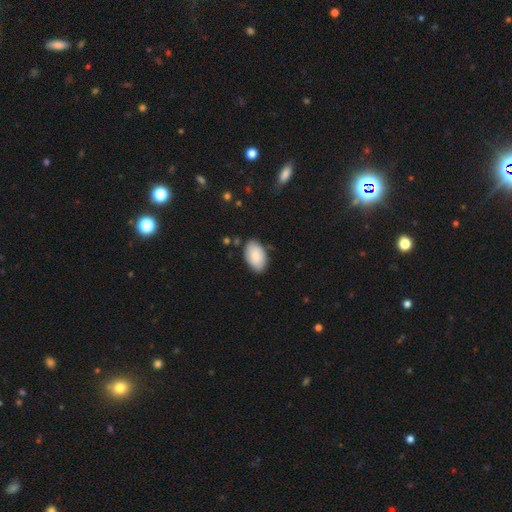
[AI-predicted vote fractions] Overall: smooth (86%). How rounded: in between (94%). Merging: none (81%).